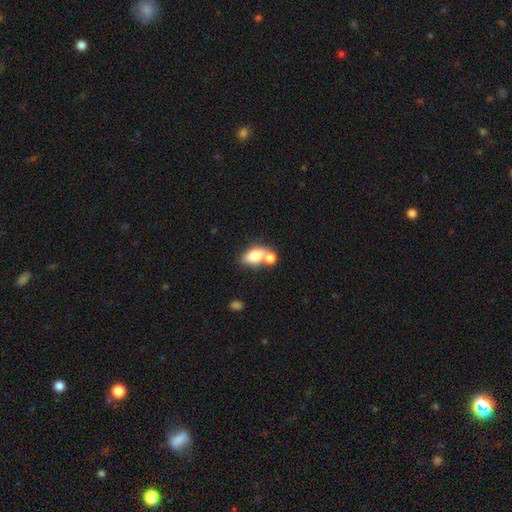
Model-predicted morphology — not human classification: Q: Smooth or featured?
A: smooth (75%); runner-up: featured or disk (17%)
Q: How rounded?
A: in between (85%); runner-up: round (11%)
Q: Merging?
A: merger (47%); runner-up: none (37%)